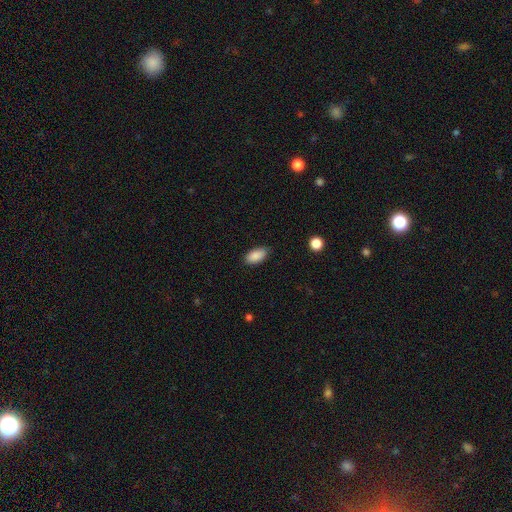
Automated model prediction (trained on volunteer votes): Smooth or featured? Predicted: smooth (p=0.89). How rounded? Predicted: in between (p=0.93). Merging? Predicted: none (p=0.85).